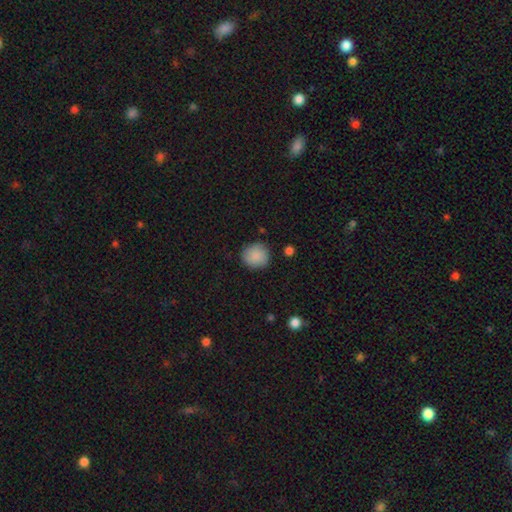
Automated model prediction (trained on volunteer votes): Smooth or featured: smooth — 88% (star or artifact — 7%)
How rounded: round — 90% (in between — 9%)
Merging: none — 85% (minor disturbance — 11%)